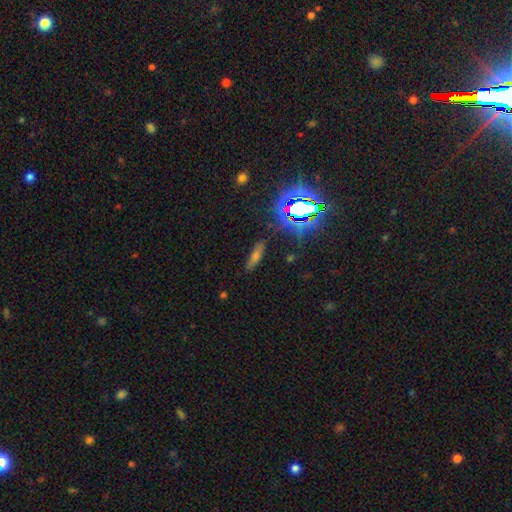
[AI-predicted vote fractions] This is marginally a smooth galaxy (43%). Merging: clearly none (82%).